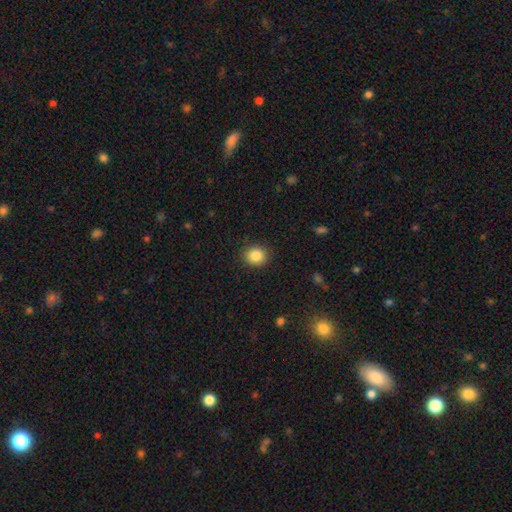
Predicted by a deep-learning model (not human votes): This is clearly a smooth galaxy (85%). How rounded: likely round (77%). Merging: clearly none (90%).